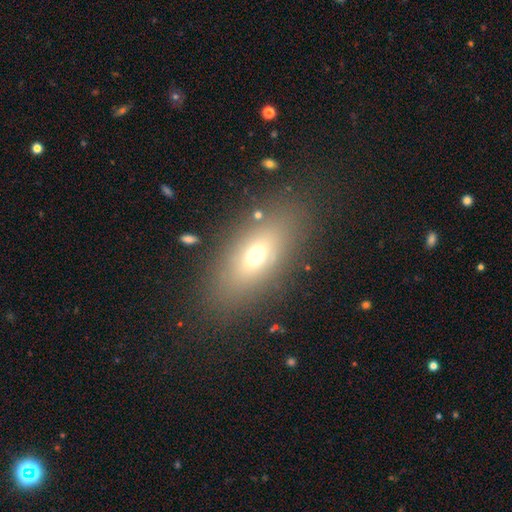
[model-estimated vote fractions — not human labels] smooth-or-featured: smooth: 63% | featured or disk: 24% | star or artifact: 13%
  how-rounded: in between: 77% | cigar-shaped: 16% | round: 7%
  merging: none: 82% | minor disturbance: 10% | major disturbance: 5% | merger: 2%